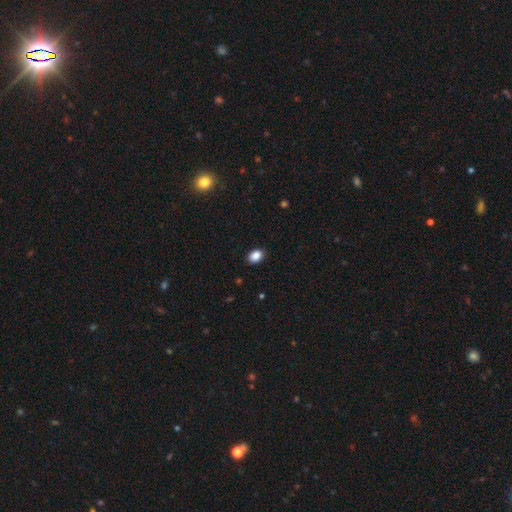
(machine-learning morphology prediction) smooth_or_featured: smooth (p=0.89) [alt: star or artifact p=0.09]
how_rounded: in between (p=0.77) [alt: round p=0.22]
merging: none (p=0.89) [alt: minor disturbance p=0.08]